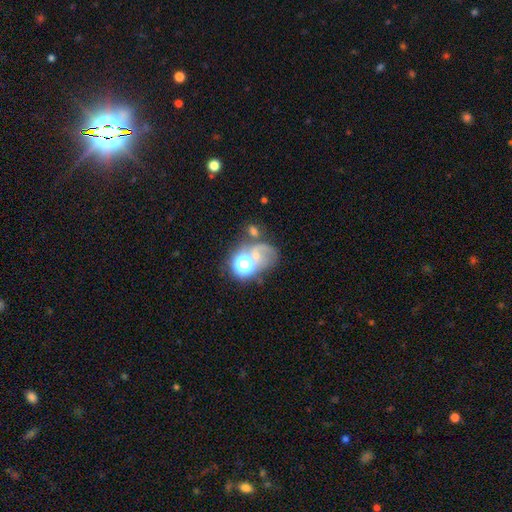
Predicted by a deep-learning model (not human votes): The model was most divided on "smooth or featured": star or artifact: 45%, smooth: 28%, featured or disk: 26%.